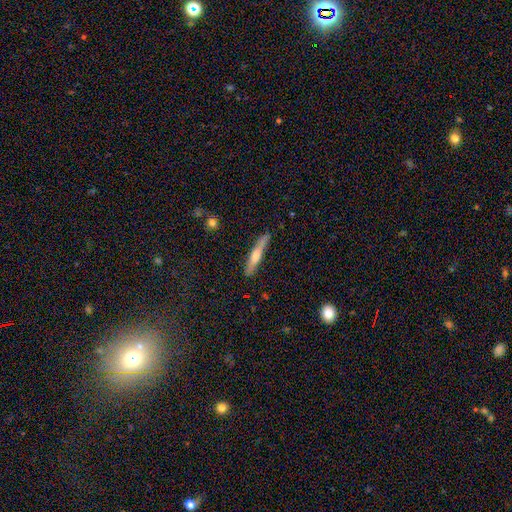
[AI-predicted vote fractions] A featured or disk galaxy (50%). Merging: none (87%).